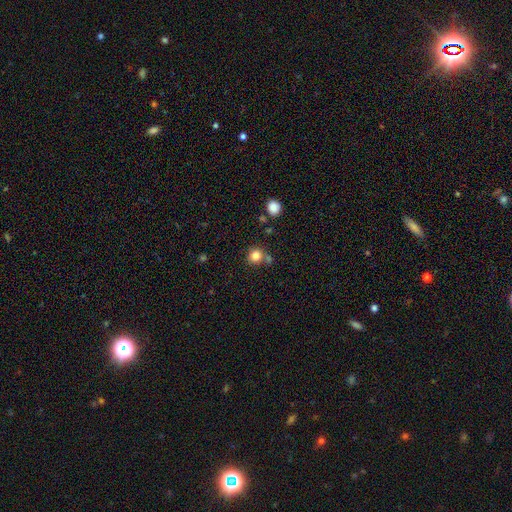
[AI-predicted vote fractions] Morphology: type=smooth (82%); roundness=round (90%); merging=none (69%).